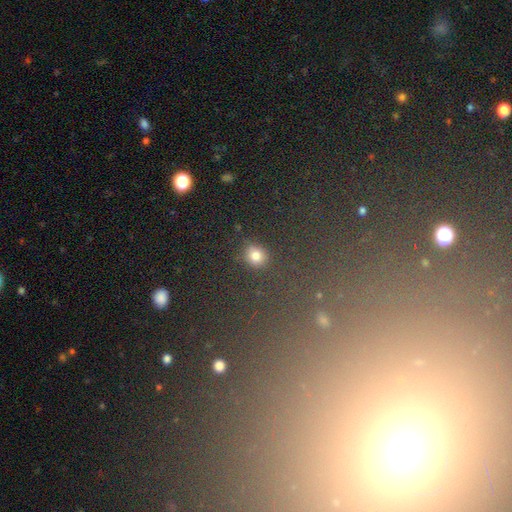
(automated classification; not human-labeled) This is likely a smooth galaxy (77%). How rounded: likely round (66%). Merging: clearly none (82%).